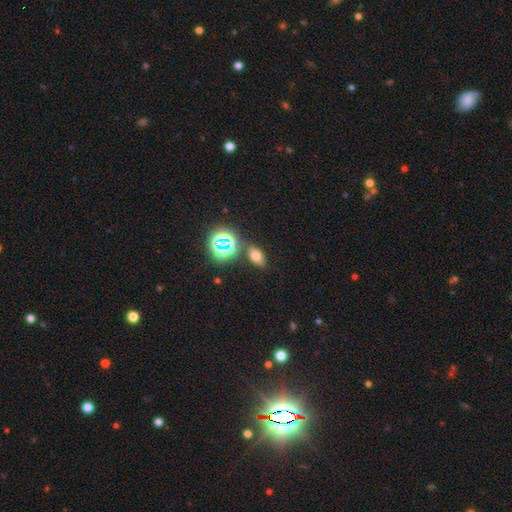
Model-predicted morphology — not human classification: Smooth or featured? Predicted: smooth (p=0.63). How rounded? Predicted: in between (p=0.83). Merging? Predicted: none (p=0.80).